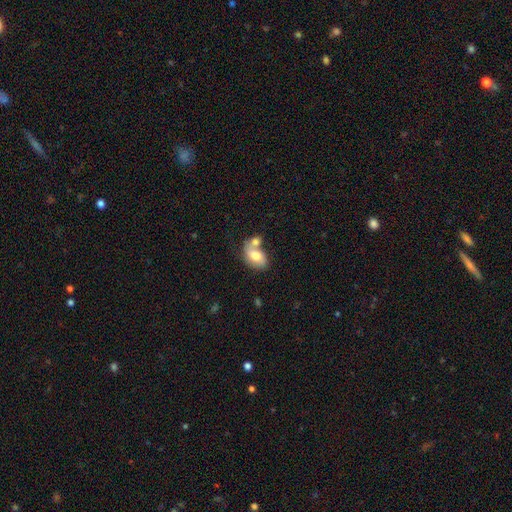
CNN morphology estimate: The model was most divided on "merging": merger: 47%, none: 34%, minor disturbance: 14%, major disturbance: 6%. More confident: how rounded — in between (84%); smooth or featured — smooth (67%).